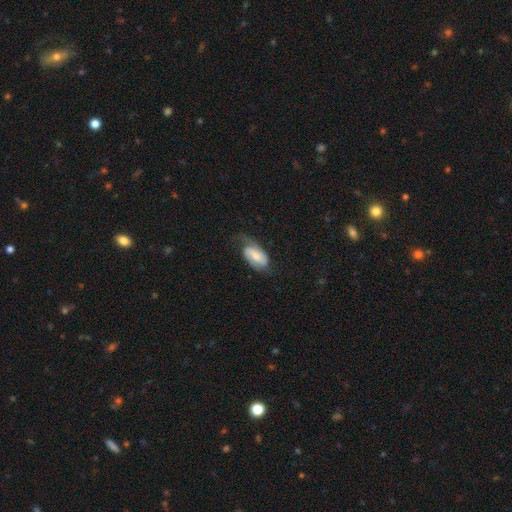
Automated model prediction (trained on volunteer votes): Smooth or featured? featured or disk (58%)
Edge-on disk? no (95%)
Bar? weak (42%)
Spiral arms? yes (89%)
Bulge size? moderate (41%)
Merging? none (51%)